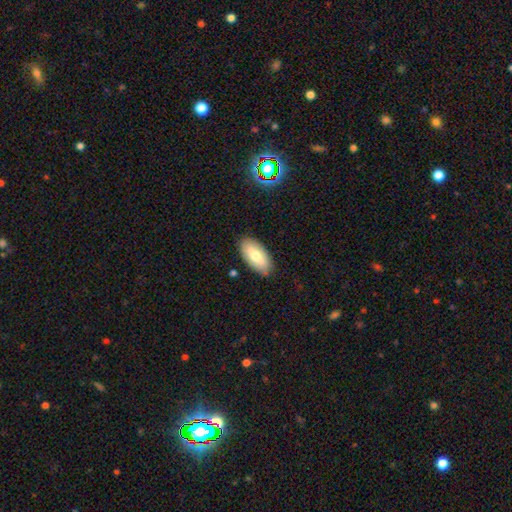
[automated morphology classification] Smooth or featured? Predicted: smooth (p=0.73). How rounded? Predicted: in between (p=0.93). Merging? Predicted: none (p=0.85).